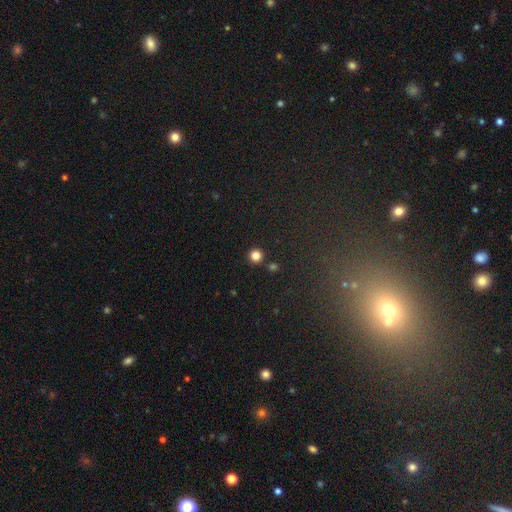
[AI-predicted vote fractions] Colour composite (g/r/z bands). It shows a smooth galaxy with no disk features (82%) that is round (95%). Merging: none (89%).